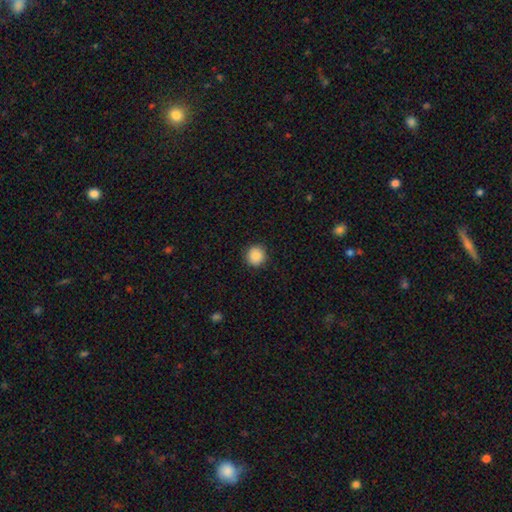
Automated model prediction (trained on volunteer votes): smooth_or_featured: smooth (p=0.89) [alt: star or artifact p=0.09]
how_rounded: round (p=0.94) [alt: in between p=0.05]
merging: none (p=0.91) [alt: minor disturbance p=0.06]